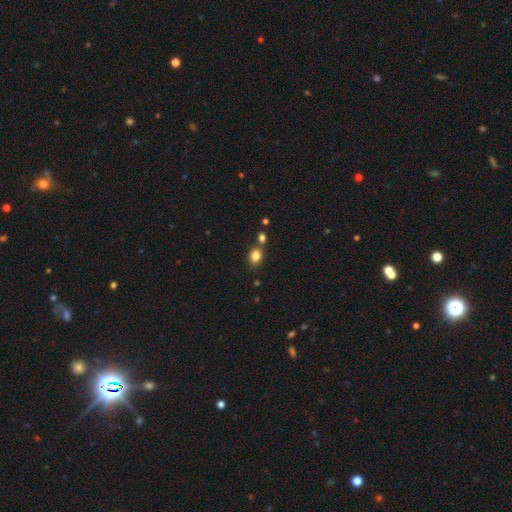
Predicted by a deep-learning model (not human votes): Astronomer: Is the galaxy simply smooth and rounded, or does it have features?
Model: smooth — 83%.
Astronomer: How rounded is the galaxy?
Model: in between — 55% (runner-up: round, 44%).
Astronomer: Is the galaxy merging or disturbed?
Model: none — 70%.